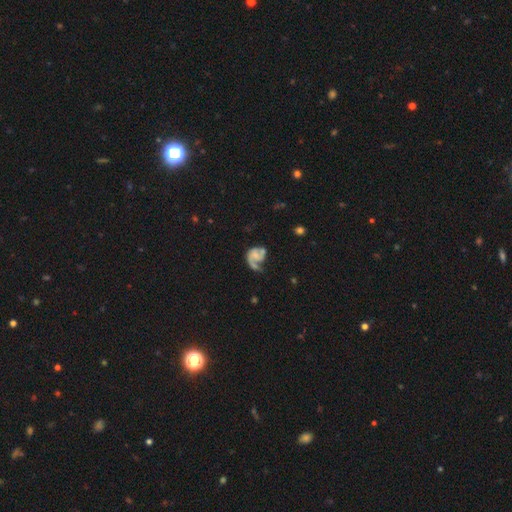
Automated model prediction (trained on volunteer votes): Q: Smooth or featured?
A: featured or disk (71%); runner-up: smooth (21%)
Q: Edge-on disk?
A: no (98%); runner-up: yes (2%)
Q: Bar?
A: no (66%); runner-up: weak (27%)
Q: Spiral arms?
A: yes (87%); runner-up: no (13%)
Q: Spiral winding?
A: medium (41%); runner-up: loose (34%)
Q: Spiral arm count?
A: 1 (48%); runner-up: 2 (42%)
Q: Bulge size?
A: none (39%); runner-up: small (36%)
Q: Merging?
A: none (35%); runner-up: major disturbance (33%)